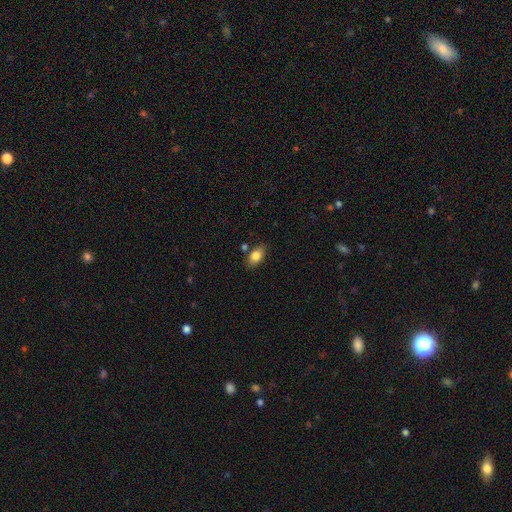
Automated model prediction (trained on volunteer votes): Morphology: type=smooth (83%); roundness=in between (88%); merging=none (77%).